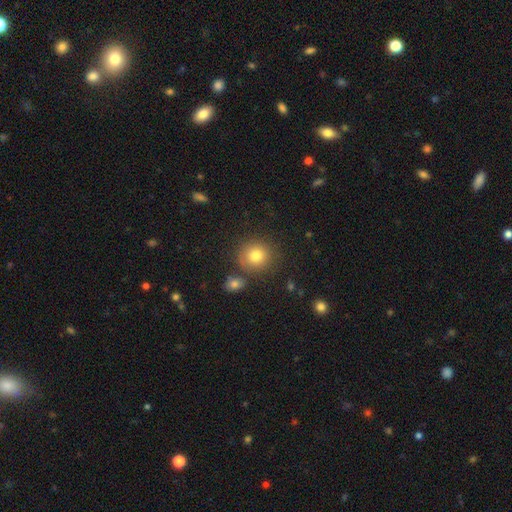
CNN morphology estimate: Smooth or featured? smooth (81%)
How rounded? round (88%)
Merging? none (78%)